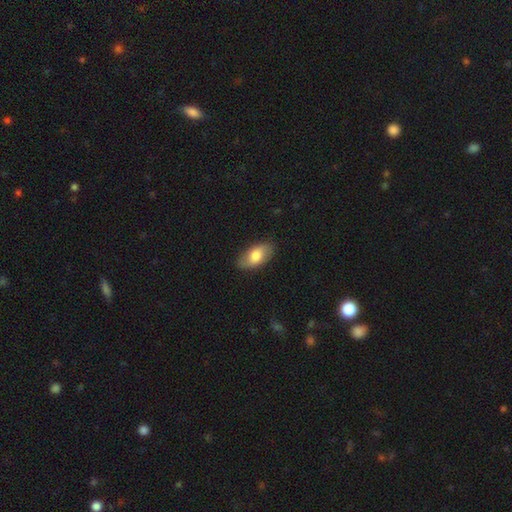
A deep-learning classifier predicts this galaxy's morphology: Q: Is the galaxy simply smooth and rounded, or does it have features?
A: smooth — 70%.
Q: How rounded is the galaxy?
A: in between — 92%.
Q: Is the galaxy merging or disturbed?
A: none — 83%.